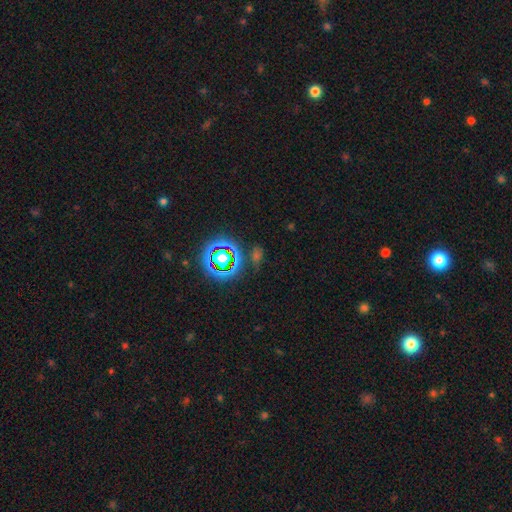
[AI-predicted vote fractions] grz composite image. It shows a star or artifact, not a galaxy (57%).